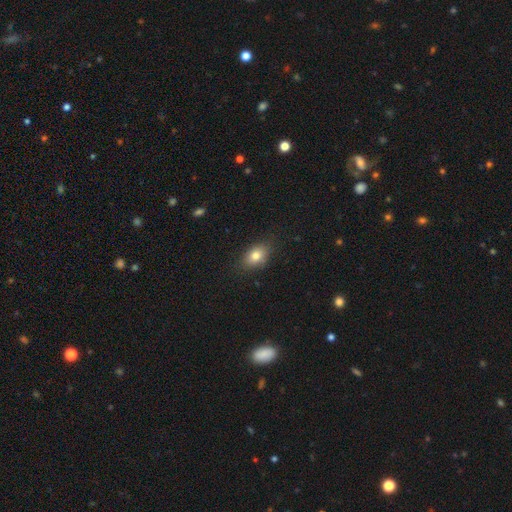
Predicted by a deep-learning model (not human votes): smooth 79%, featured or disk 11%, star or artifact 10%. Down the decision tree: how rounded — in between (82%); merging — none (83%).